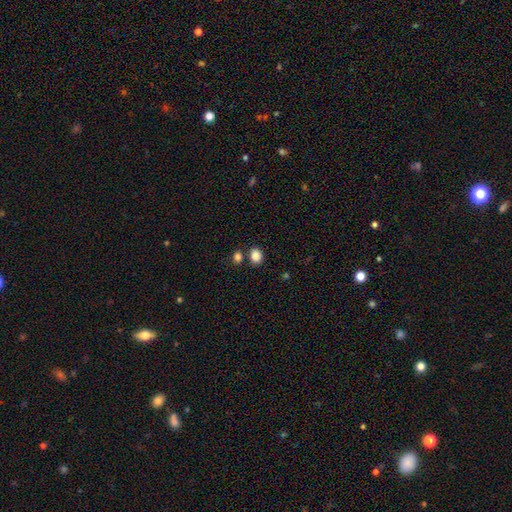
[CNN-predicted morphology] This appears to be a smooth galaxy with no disk features (86%) that is in between round and cigar-shaped (50%). Merging: none (75%).